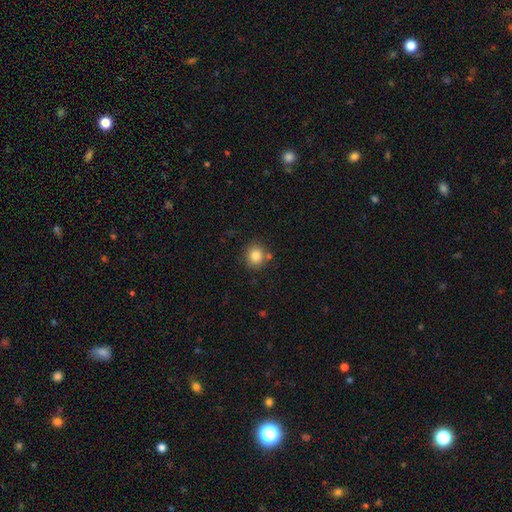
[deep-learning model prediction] This appears to be a smooth galaxy with no disk features (84%) that is round (84%). Merging: none (79%).